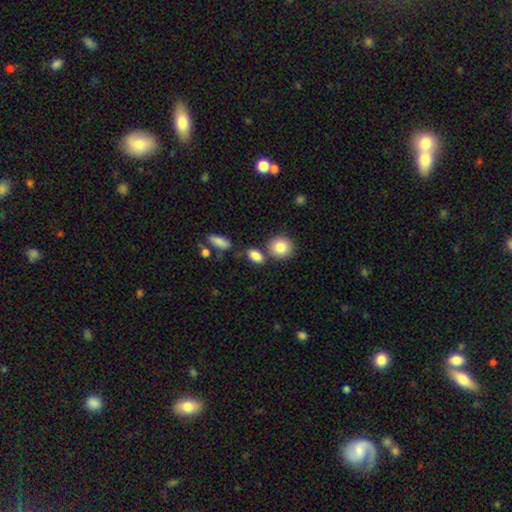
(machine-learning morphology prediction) This appears to be a smooth galaxy with no disk features (85%) that is in between round and cigar-shaped (70%). Merging: none (68%).